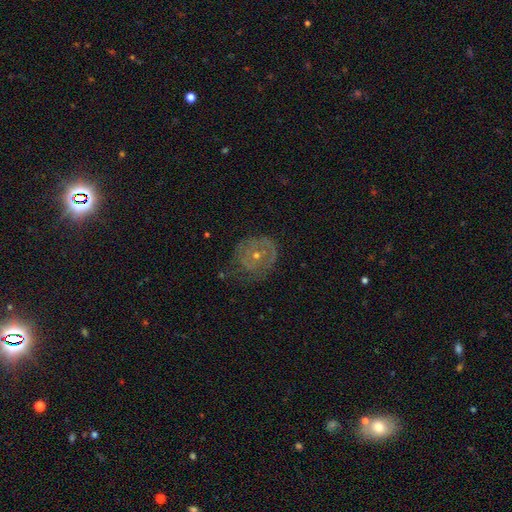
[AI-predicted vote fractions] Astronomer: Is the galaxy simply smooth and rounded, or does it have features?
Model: featured or disk — 63%.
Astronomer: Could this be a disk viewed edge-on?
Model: no — 97%.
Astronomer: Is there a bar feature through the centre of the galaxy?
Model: no — 81%.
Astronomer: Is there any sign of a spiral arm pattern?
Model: yes — 60% (runner-up: no, 40%).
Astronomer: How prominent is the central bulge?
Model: small — 60% (runner-up: moderate, 36%).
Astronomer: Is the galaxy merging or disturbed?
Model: none — 54%.